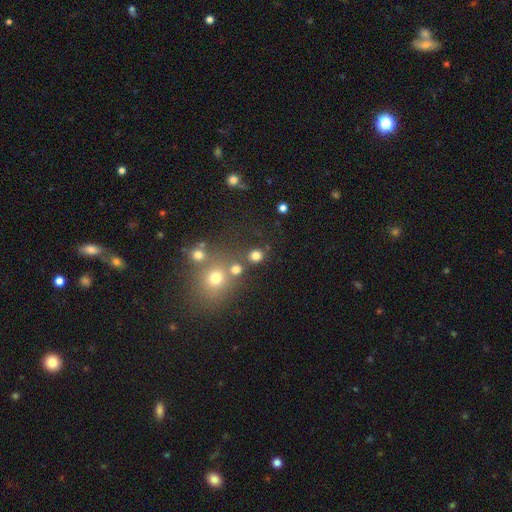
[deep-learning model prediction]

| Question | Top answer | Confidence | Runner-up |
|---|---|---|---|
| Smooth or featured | smooth | 76% | star or artifact (18%) |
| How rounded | round | 86% | in between (13%) |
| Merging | none | 75% | merger (13%) |